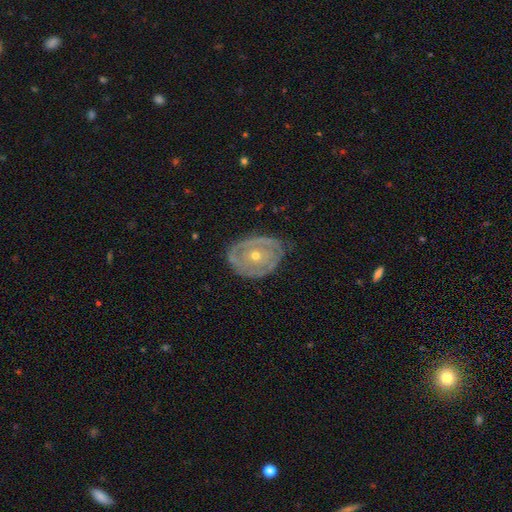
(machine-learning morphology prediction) Overall: featured or disk (78%). Edge-on disk: no (95%). Bar: no (85%). Spiral arms: yes (65%; no 35%). Bulge size: moderate (49%; small 48%). Merging: none (70%).